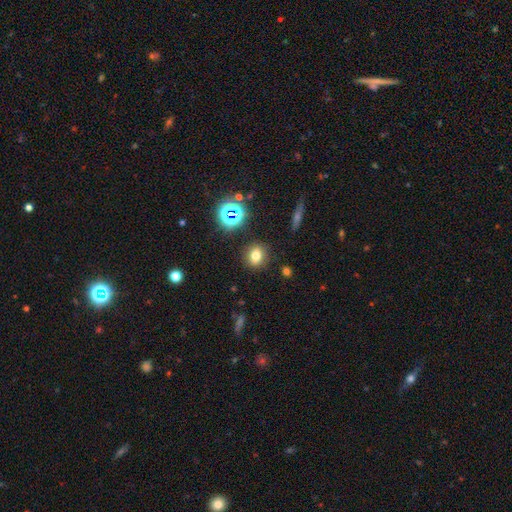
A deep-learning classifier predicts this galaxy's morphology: Smooth or featured?
  - smooth: 70% *
  - star or artifact: 19%
  - featured or disk: 11%
How rounded?
  - round: 59% *
  - in between: 39%
  - cigar-shaped: 2%
Merging?
  - none: 86% *
  - minor disturbance: 9%
  - major disturbance: 3%
  - merger: 2%